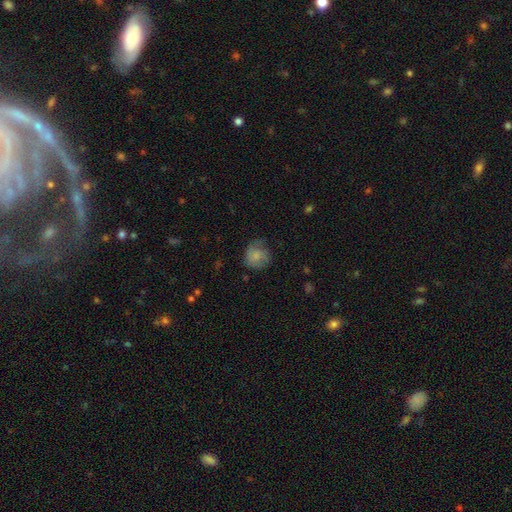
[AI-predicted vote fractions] The model was most divided on "merging": none: 58%, minor disturbance: 27%, major disturbance: 14%, merger: 1%. More confident: how rounded — round (82%); smooth or featured — smooth (68%).